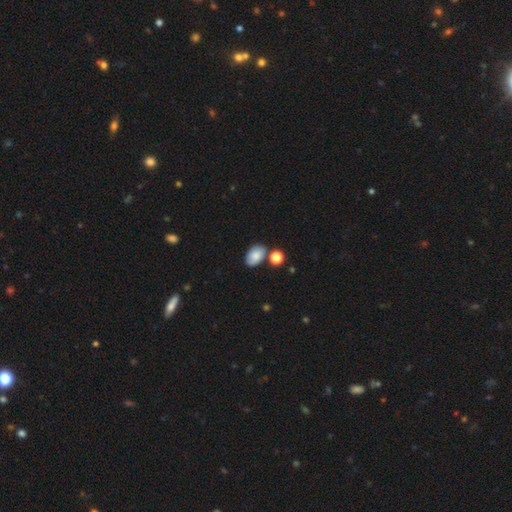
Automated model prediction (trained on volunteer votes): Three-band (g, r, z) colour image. It shows a smooth galaxy with no disk features (82%) that is in between round and cigar-shaped (89%). Merging: none (70%).